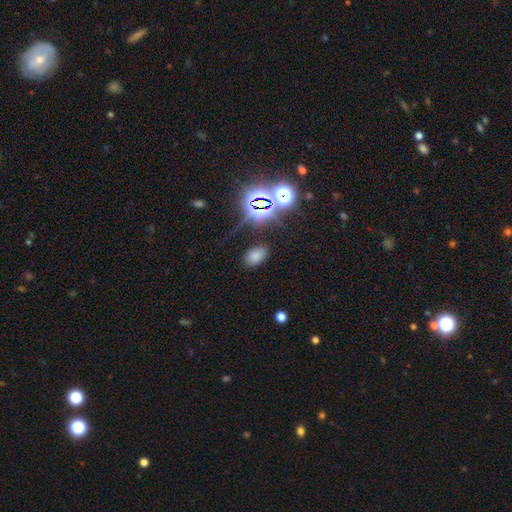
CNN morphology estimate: smooth-or-featured: smooth: 67% | star or artifact: 26% | featured or disk: 7%
  how-rounded: in between: 89% | round: 9% | cigar-shaped: 1%
  merging: none: 81% | minor disturbance: 12% | major disturbance: 5% | merger: 2%